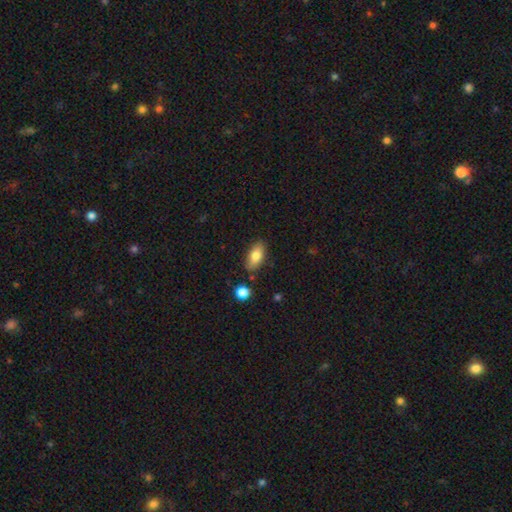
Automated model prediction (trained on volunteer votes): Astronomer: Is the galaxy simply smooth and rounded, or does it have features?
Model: smooth — 80%.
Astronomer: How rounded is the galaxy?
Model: in between — 88%.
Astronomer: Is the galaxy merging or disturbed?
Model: none — 83%.